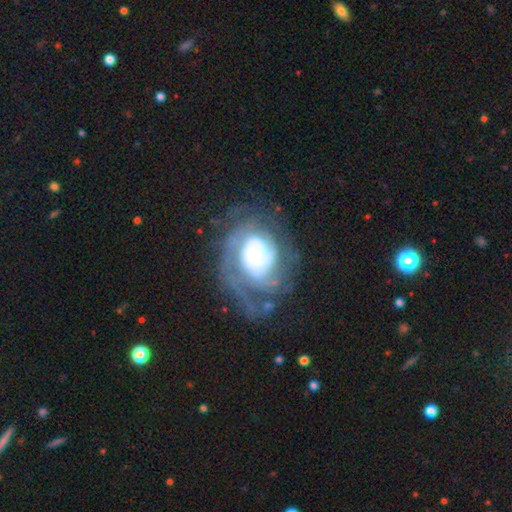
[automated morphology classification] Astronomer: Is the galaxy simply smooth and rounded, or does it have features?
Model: featured or disk — 80%.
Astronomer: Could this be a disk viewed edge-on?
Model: no — 97%.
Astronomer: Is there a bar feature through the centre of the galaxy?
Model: no — 77%.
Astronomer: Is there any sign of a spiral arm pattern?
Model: yes — 90%.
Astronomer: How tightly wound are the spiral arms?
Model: tight — 62%.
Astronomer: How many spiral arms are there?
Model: can't tell — 39% (runner-up: 2, 23%).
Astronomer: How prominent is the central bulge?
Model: small — 39% (runner-up: moderate, 38%).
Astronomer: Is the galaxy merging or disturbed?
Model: none — 56%.